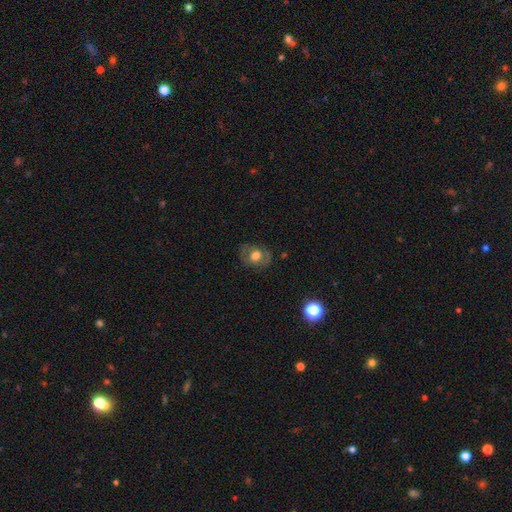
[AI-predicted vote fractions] This appears to be a smooth galaxy with no disk features (53%) that is in between round and cigar-shaped (52%). Merging: none (76%).